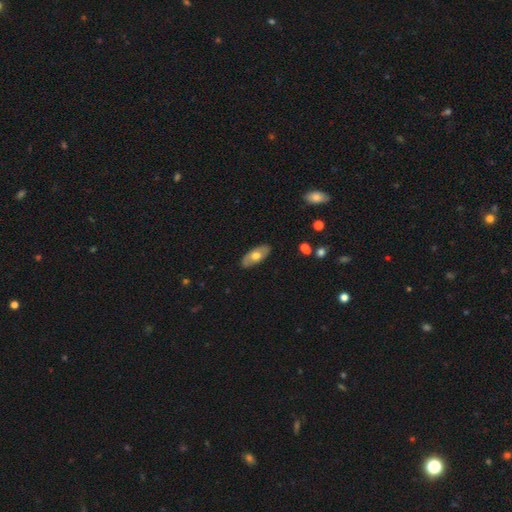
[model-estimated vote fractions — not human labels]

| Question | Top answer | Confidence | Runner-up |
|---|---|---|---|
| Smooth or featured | smooth | 57% | featured or disk (38%) |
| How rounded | in between | 88% | cigar-shaped (9%) |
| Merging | none | 86% | minor disturbance (11%) |